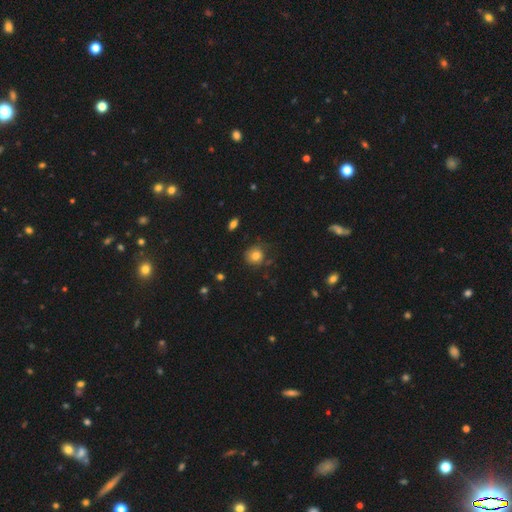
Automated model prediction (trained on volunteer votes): A smooth galaxy with no disk features (79%) that is round (84%). Merging: none (70%).